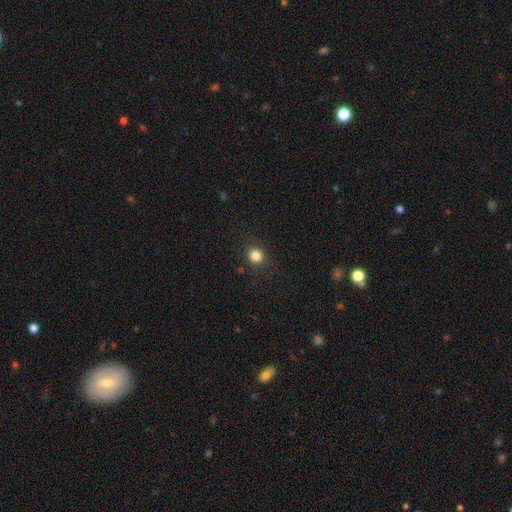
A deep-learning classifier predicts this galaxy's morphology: The model was most divided on "smooth or featured": smooth: 83%, star or artifact: 13%, featured or disk: 4%. More confident: how rounded — round (90%); merging — none (89%).